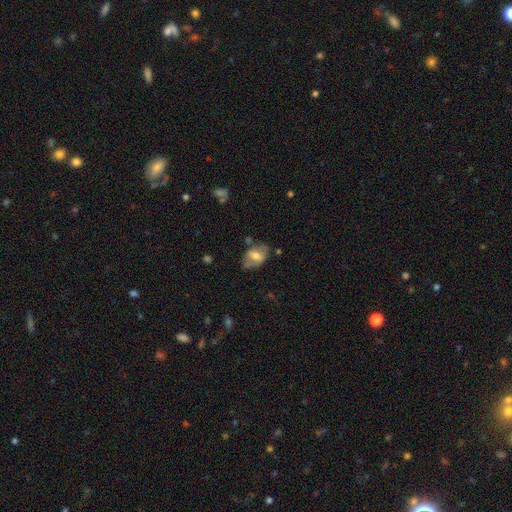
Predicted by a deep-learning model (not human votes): Smooth or featured? Predicted: smooth (p=0.54). How rounded? Predicted: in between (p=0.85). Merging? Predicted: none (p=0.61).